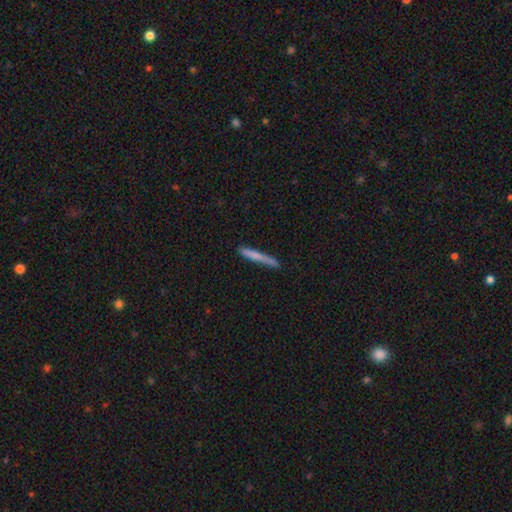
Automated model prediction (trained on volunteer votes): Smooth or featured? Predicted: smooth (p=0.72). How rounded? Predicted: cigar-shaped (p=0.96). Merging? Predicted: none (p=0.80).